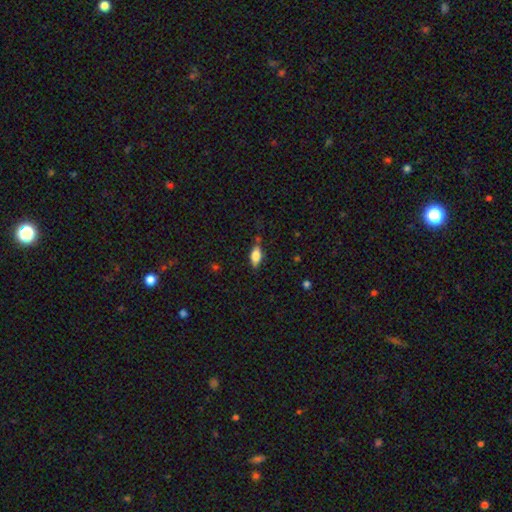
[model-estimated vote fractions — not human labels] Morphology: type=smooth (76%); roundness=in between (87%); merging=none (74%).